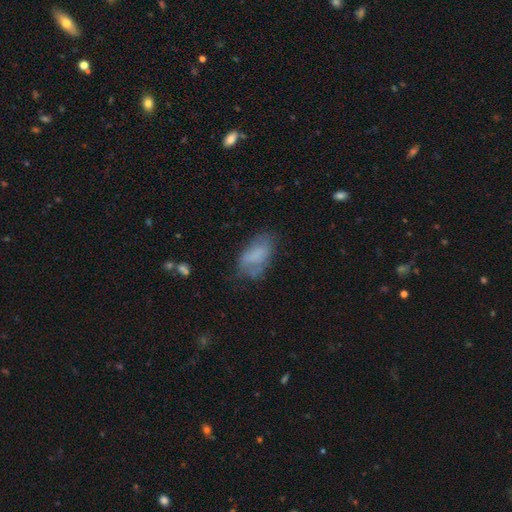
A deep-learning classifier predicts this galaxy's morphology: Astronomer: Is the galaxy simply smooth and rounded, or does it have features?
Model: smooth — 67%.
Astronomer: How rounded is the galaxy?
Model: in between — 92%.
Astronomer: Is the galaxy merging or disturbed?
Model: none — 48% (runner-up: minor disturbance, 30%).